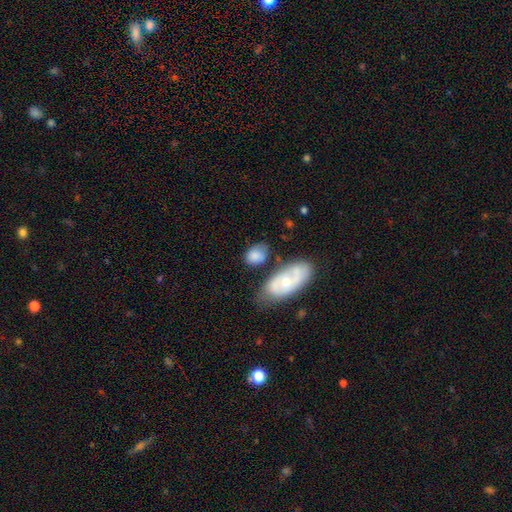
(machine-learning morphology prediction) smooth_or_featured: smooth (p=0.73) [alt: featured or disk p=0.20]
how_rounded: in between (p=0.78) [alt: round p=0.20]
merging: none (p=0.54) [alt: minor disturbance p=0.25]